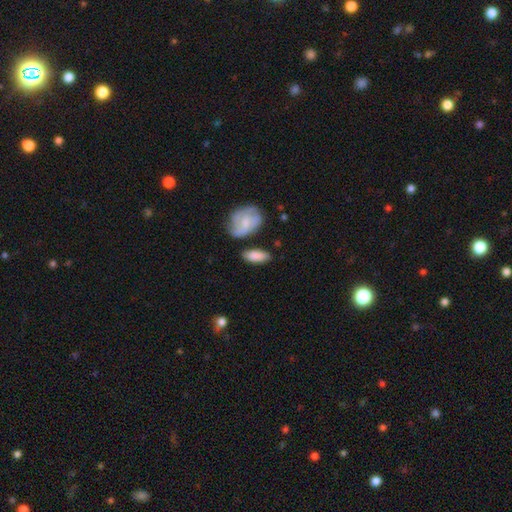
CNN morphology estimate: type=smooth (78%); roundness=in between (81%); merging=none (67%).